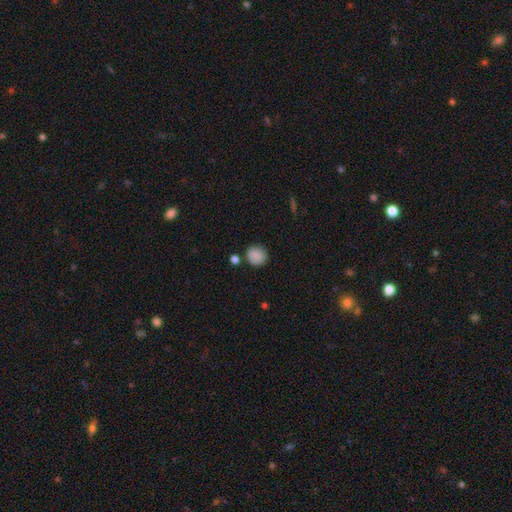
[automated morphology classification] Smooth or featured: smooth — 87% (star or artifact — 9%)
How rounded: round — 88% (in between — 11%)
Merging: none — 79% (minor disturbance — 12%)